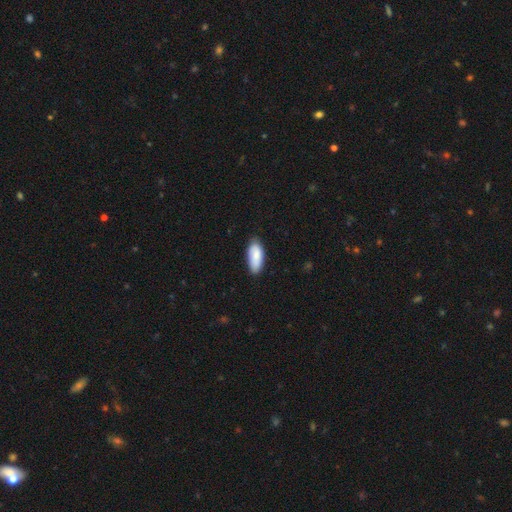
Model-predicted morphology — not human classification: This is clearly a smooth galaxy (86%). How rounded: clearly in between (87%). Merging: likely none (79%).